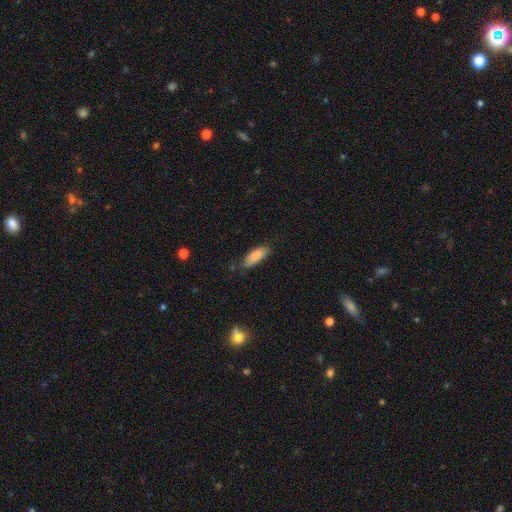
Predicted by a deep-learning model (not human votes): smooth_or_featured: smooth (p=0.87) [alt: star or artifact p=0.07]
how_rounded: in between (p=0.71) [alt: cigar-shaped p=0.28]
merging: none (p=0.69) [alt: minor disturbance p=0.23]